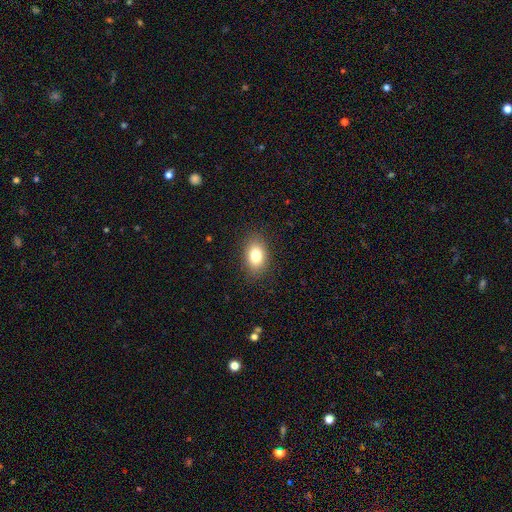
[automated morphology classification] A smooth galaxy with no disk features (82%) that is in between round and cigar-shaped (86%). Merging: none (86%).